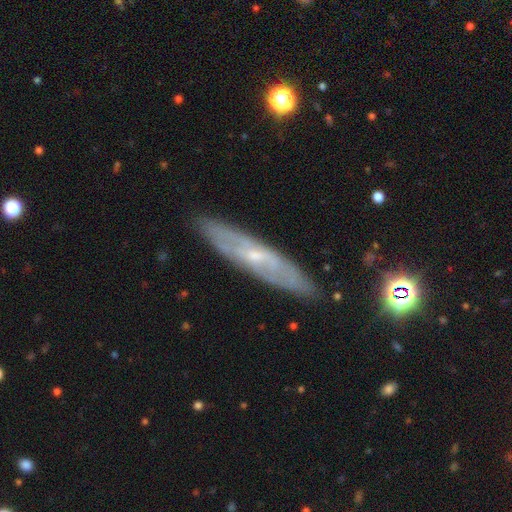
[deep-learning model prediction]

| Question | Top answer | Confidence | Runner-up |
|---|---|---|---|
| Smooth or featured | featured or disk | 69% | smooth (24%) |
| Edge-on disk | no | 53% | yes (47%) |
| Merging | none | 85% | minor disturbance (11%) |